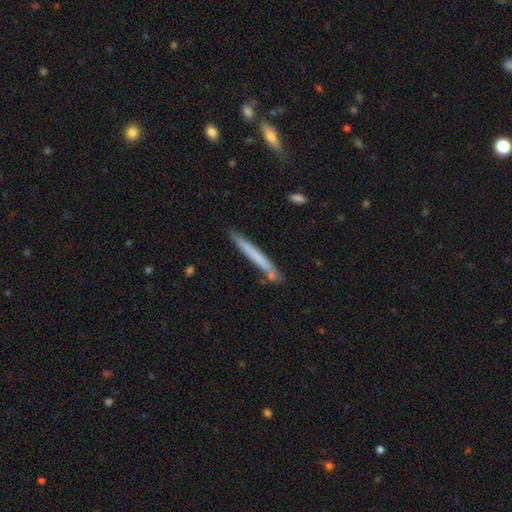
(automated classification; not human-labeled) Q: Smooth or featured?
A: smooth (63%); runner-up: featured or disk (32%)
Q: How rounded?
A: cigar-shaped (97%); runner-up: in between (2%)
Q: Merging?
A: none (83%); runner-up: minor disturbance (11%)